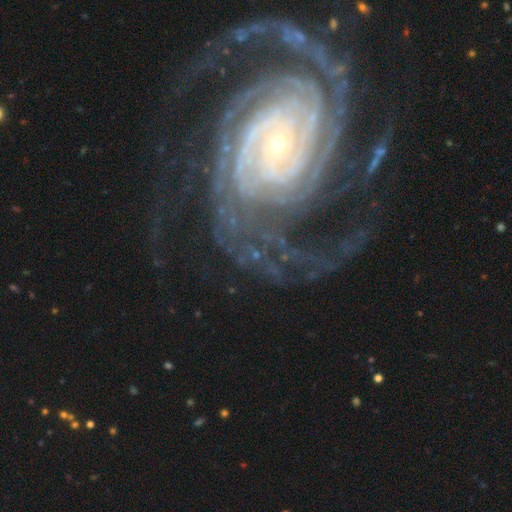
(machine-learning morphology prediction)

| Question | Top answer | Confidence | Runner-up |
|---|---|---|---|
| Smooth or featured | featured or disk | 88% | star or artifact (7%) |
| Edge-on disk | no | 97% | yes (3%) |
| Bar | no | 60% | weak (23%) |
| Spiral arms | yes | 97% | no (3%) |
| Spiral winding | tight | 70% | medium (23%) |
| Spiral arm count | can't tell | 23% | tied: 2 (23%) |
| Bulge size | small | 83% | moderate (13%) |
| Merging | none | 65% | major disturbance (18%) |